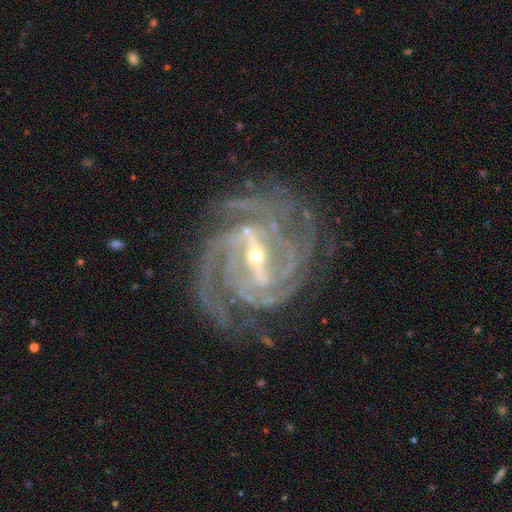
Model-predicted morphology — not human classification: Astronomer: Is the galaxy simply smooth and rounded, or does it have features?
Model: featured or disk — 93%.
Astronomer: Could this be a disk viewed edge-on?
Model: no — 97%.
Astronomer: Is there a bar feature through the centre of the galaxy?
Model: strong — 64%.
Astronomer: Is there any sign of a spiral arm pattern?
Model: yes — 98%.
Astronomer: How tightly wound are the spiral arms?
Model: tight — 58% (runner-up: medium, 36%).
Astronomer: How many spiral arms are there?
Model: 4 — 27% (runner-up: 3, 22%).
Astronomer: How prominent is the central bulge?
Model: small — 73%.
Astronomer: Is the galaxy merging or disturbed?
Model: none — 73%.